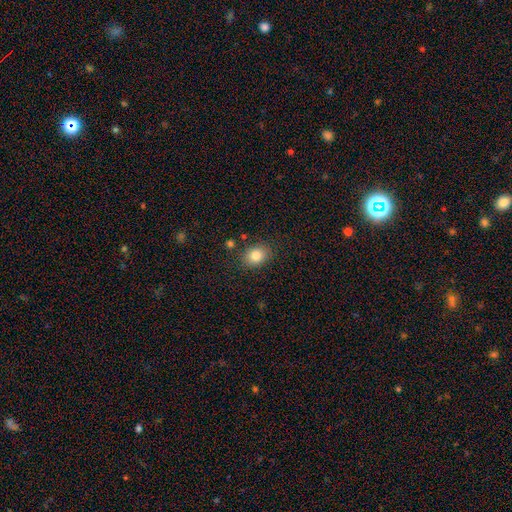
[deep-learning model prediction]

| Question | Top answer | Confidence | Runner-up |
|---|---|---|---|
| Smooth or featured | smooth | 83% | star or artifact (9%) |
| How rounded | in between | 60% | round (39%) |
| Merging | none | 83% | minor disturbance (11%) |